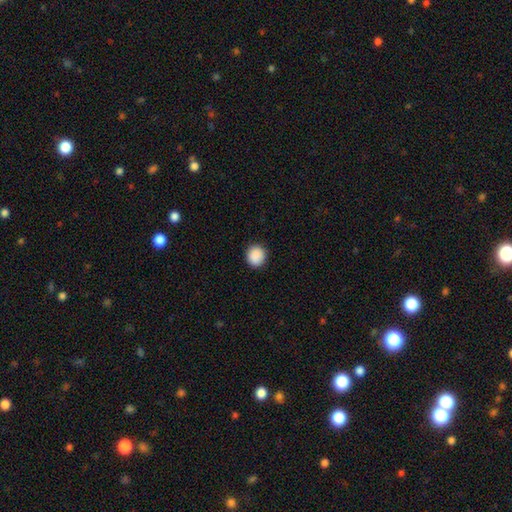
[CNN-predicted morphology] Smooth or featured? smooth (90%)
How rounded? round (85%)
Merging? none (91%)